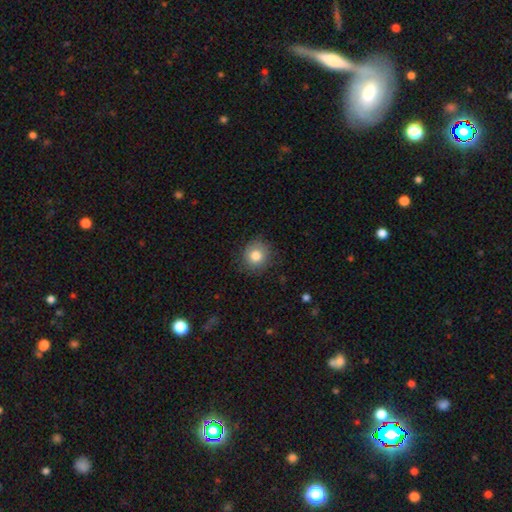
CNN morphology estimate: smooth_or_featured: smooth (p=0.82) [alt: star or artifact p=0.10]
how_rounded: round (p=0.86) [alt: in between p=0.13]
merging: none (p=0.85) [alt: minor disturbance p=0.11]